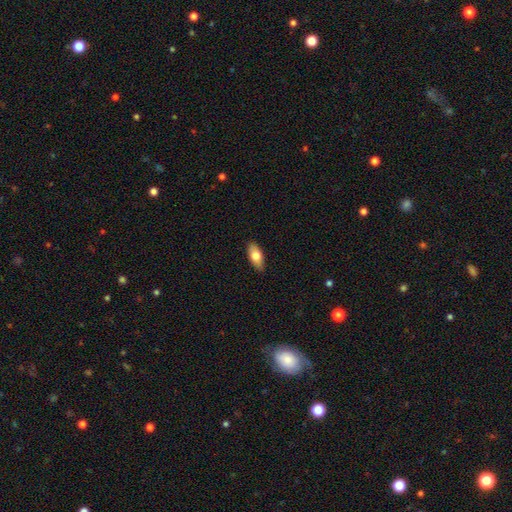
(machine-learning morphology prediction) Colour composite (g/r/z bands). It shows a smooth galaxy with no disk features (74%) that is in between round and cigar-shaped (85%). Merging: none (87%).